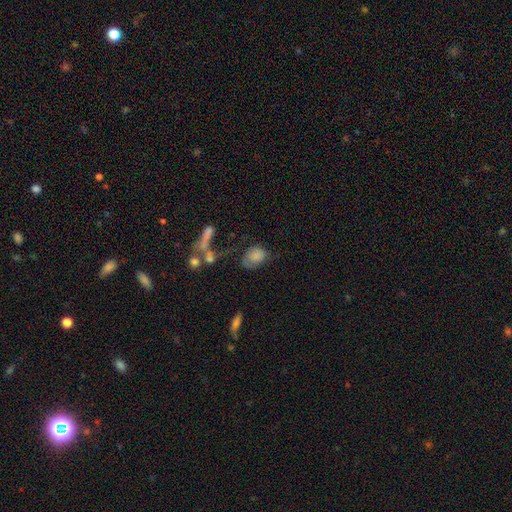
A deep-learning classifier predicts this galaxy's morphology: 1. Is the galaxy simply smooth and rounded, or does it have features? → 71% smooth, 19% featured or disk, 10% star or artifact.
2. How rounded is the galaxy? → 74% in between, 24% round, 2% cigar-shaped.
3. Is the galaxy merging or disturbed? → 40% none, 25% major disturbance, 25% minor disturbance, 10% merger.